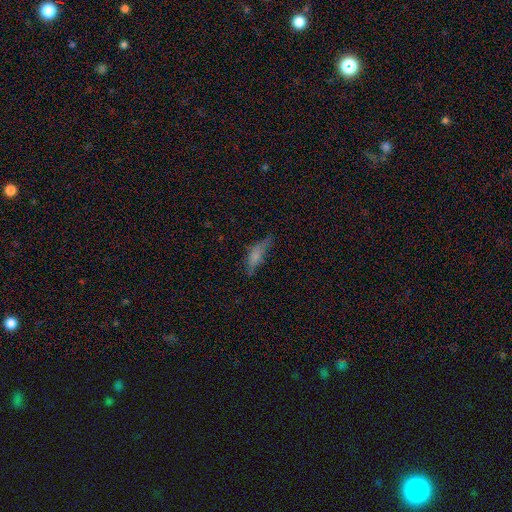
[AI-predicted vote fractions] smooth-or-featured: smooth: 65% | featured or disk: 23% | star or artifact: 12%
  how-rounded: in between: 52% | cigar-shaped: 45% | round: 3%
  merging: none: 47% | minor disturbance: 33% | major disturbance: 17% | merger: 3%